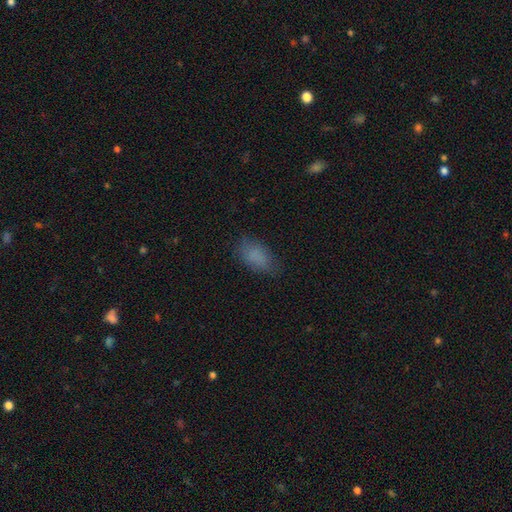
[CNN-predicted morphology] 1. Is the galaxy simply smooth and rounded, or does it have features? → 82% smooth, 10% star or artifact, 8% featured or disk.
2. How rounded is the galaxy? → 90% in between, 6% round, 4% cigar-shaped.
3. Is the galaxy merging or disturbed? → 73% none, 19% minor disturbance, 6% major disturbance, 1% merger.